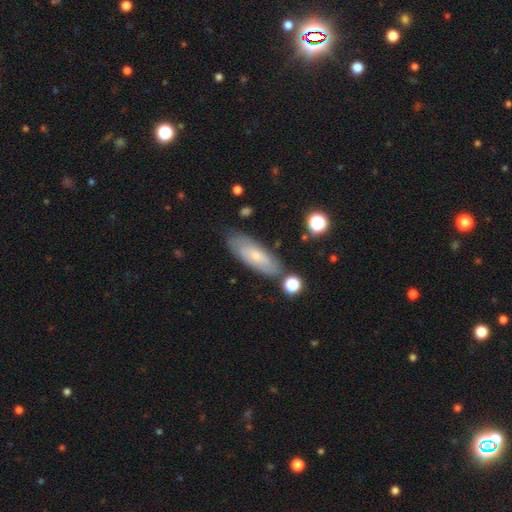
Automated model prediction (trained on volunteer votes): Overall: smooth (54%; featured or disk 38%). How rounded: in between (63%; cigar-shaped 34%). Merging: none (77%).